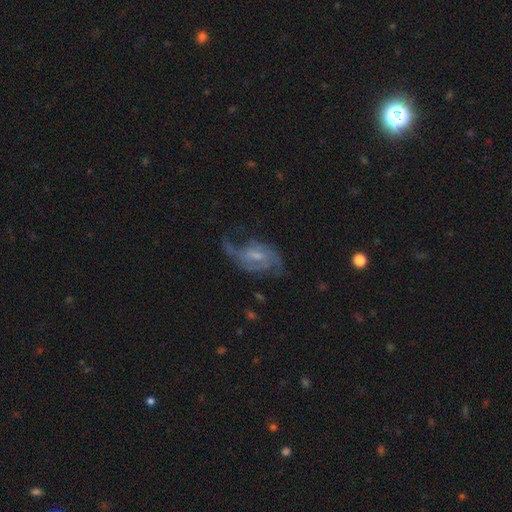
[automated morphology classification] The model was most divided on "spiral winding": loose: 45%, medium: 39%, tight: 17%. Remaining: edge-on disk — no (96%); spiral arms — yes (89%); smooth or featured — featured or disk (79%); bar — weak (53%); spiral arm count — 2 (53%); bulge size — small (49%); merging — none (45%).